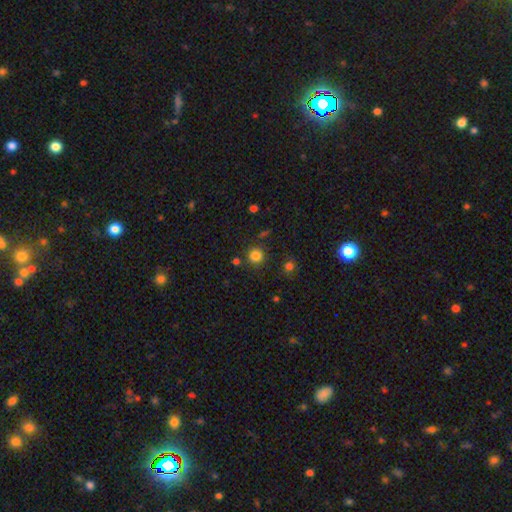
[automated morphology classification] Q: Smooth or featured?
A: smooth (82%); runner-up: star or artifact (13%)
Q: How rounded?
A: round (92%); runner-up: in between (7%)
Q: Merging?
A: none (83%); runner-up: minor disturbance (9%)